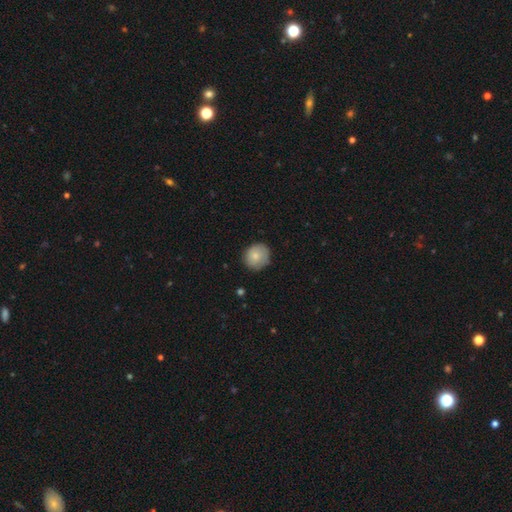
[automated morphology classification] Overall: smooth (79%). How rounded: round (84%). Merging: none (79%).